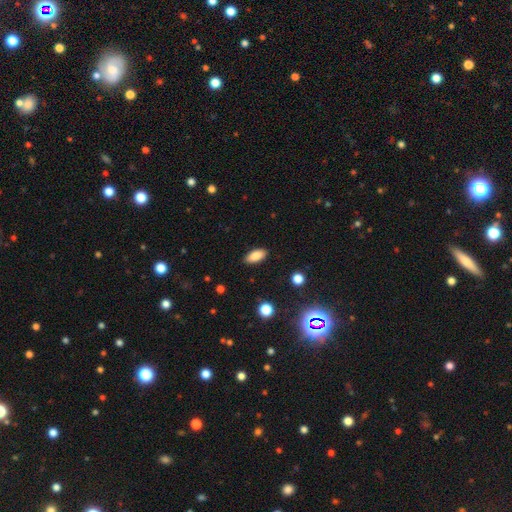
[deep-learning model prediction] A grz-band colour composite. It shows a smooth galaxy with no disk features (85%) that is in between round and cigar-shaped (88%). Merging: none (88%).